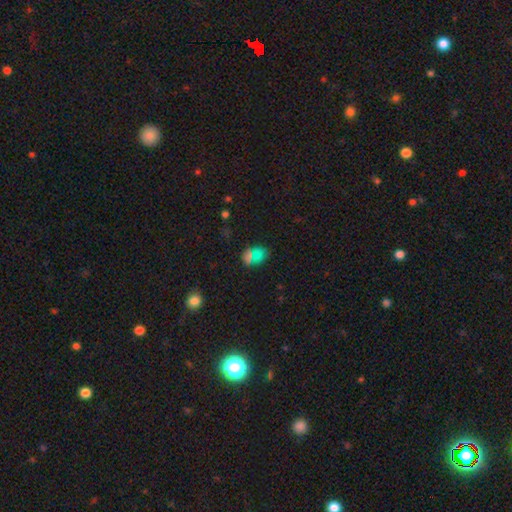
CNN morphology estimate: This is likely a smooth galaxy (63%). How rounded: likely in between (61%). Merging: likely none (73%).